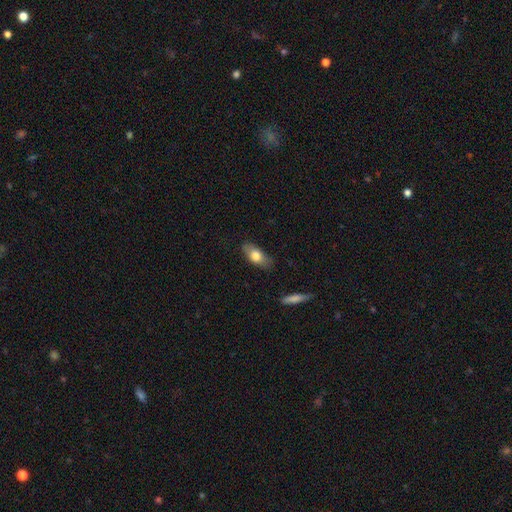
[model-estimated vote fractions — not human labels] smooth-or-featured: smooth: 71% | featured or disk: 22% | star or artifact: 6%
  how-rounded: in between: 82% | cigar-shaped: 14% | round: 5%
  merging: none: 80% | minor disturbance: 16% | major disturbance: 3% | merger: 1%